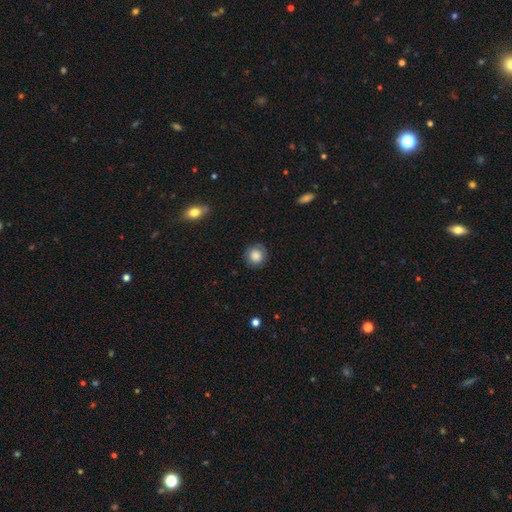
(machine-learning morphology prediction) Overall: smooth (84%). How rounded: round (92%). Merging: none (85%).